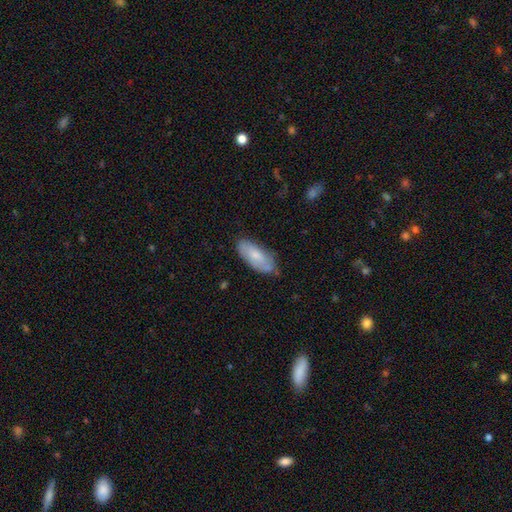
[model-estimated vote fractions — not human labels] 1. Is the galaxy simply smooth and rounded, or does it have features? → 67% smooth, 27% featured or disk, 6% star or artifact.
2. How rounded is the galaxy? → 85% in between, 13% cigar-shaped, 2% round.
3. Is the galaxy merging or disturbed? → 67% none, 26% minor disturbance, 5% major disturbance, 2% merger.